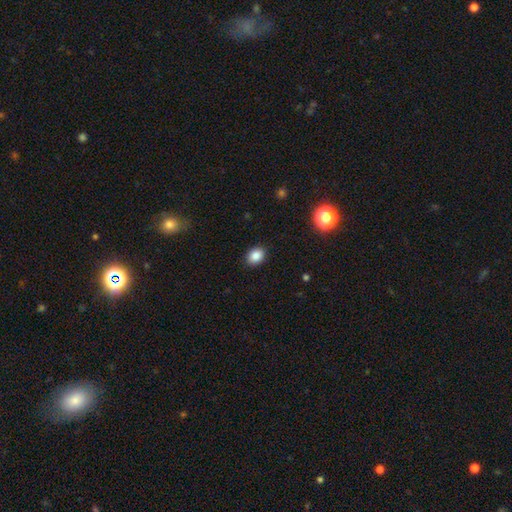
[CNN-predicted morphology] Smooth or featured: smooth — 87% (star or artifact — 9%)
How rounded: in between — 64% (round — 35%)
Merging: none — 90% (minor disturbance — 7%)